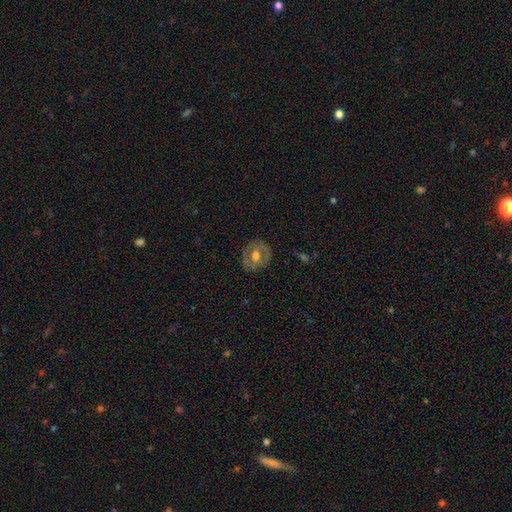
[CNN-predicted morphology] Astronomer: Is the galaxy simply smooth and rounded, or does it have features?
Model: featured or disk — 56% (runner-up: smooth, 37%).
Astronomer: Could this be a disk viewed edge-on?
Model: no — 95%.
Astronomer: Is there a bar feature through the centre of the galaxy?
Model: no — 53% (runner-up: weak, 35%).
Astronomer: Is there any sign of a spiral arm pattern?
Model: no — 63%.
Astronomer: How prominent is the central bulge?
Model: moderate — 73%.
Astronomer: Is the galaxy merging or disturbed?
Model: none — 81%.